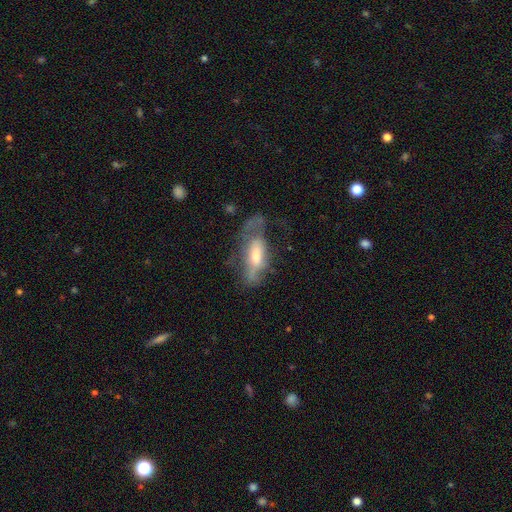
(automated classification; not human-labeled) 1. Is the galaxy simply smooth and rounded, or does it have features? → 51% featured or disk, 41% smooth, 8% star or artifact.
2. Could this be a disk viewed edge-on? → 73% no, 27% yes.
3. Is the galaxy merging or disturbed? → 40% major disturbance, 32% none, 25% minor disturbance, 3% merger.